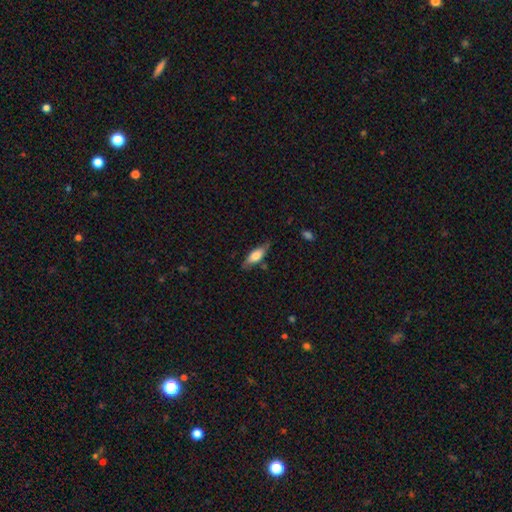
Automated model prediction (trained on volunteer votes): Smooth or featured: smooth — 68% (featured or disk — 26%)
How rounded: in between — 68% (cigar-shaped — 30%)
Merging: none — 74% (minor disturbance — 20%)